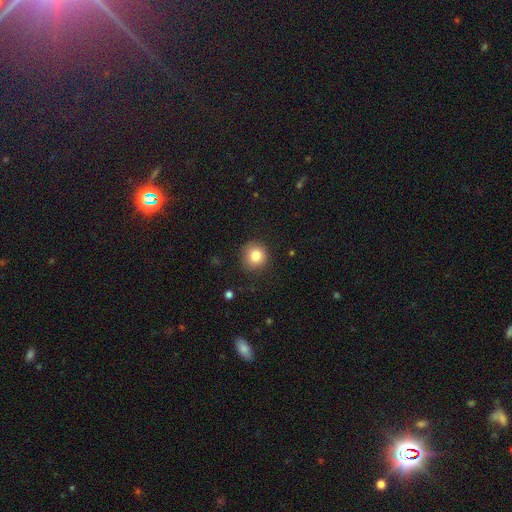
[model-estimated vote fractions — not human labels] The model was most divided on "smooth or featured": smooth: 84%, star or artifact: 10%, featured or disk: 6%. More confident: how rounded — round (91%); merging — none (87%).